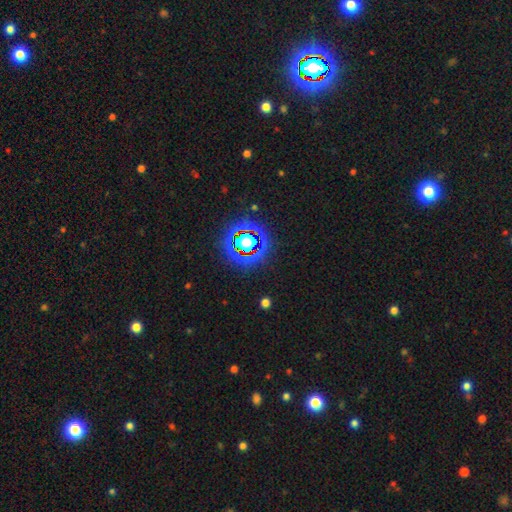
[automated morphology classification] The model was most divided on "smooth or featured": star or artifact: 79%, smooth: 13%, featured or disk: 8%.